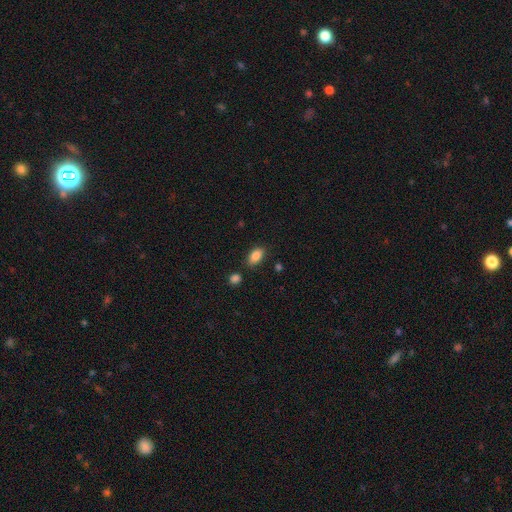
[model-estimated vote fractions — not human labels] A smooth galaxy with no disk features (86%) that is in between round and cigar-shaped (91%). Merging: none (80%).